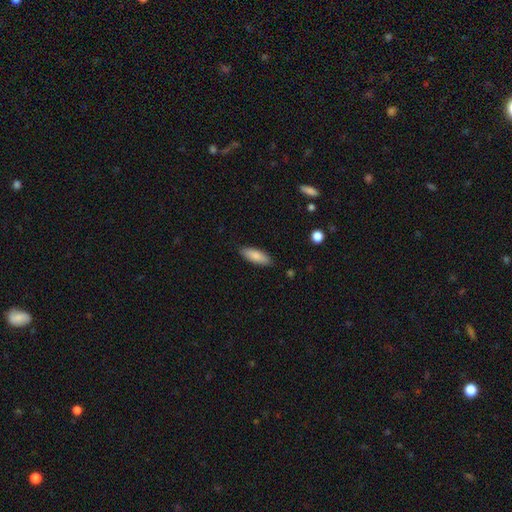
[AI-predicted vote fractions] Overall: smooth (85%). How rounded: in between (67%; cigar-shaped 32%). Merging: none (87%).